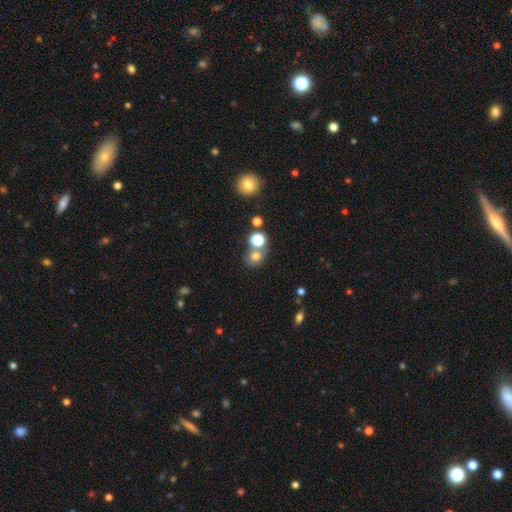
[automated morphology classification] Q: Smooth or featured?
A: smooth (73%); runner-up: star or artifact (17%)
Q: How rounded?
A: round (70%); runner-up: in between (29%)
Q: Merging?
A: none (53%); runner-up: merger (32%)